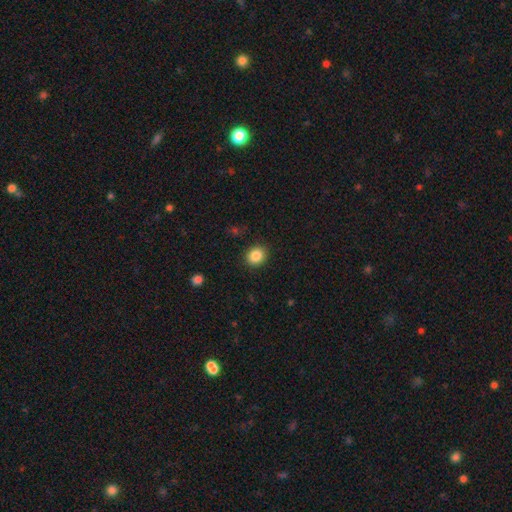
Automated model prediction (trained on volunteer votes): The model was most divided on "how rounded": round: 71%, in between: 29%, cigar-shaped: 1%. More confident: merging — none (89%); smooth or featured — smooth (87%).